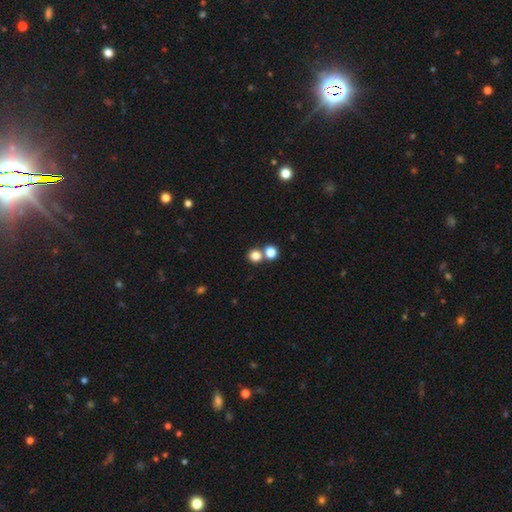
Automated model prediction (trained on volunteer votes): Smooth or featured: smooth — 80% (star or artifact — 14%)
How rounded: round — 90% (in between — 9%)
Merging: none — 64% (merger — 28%)